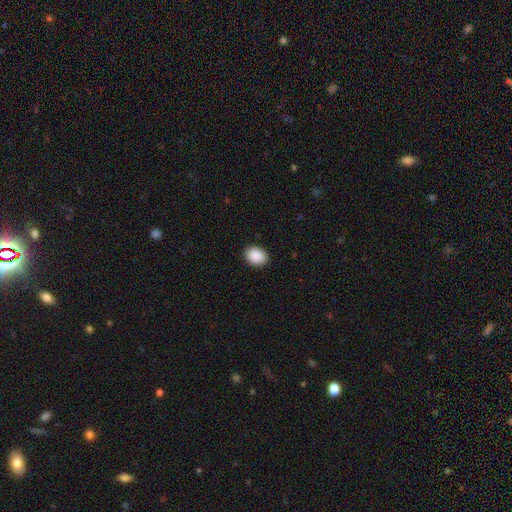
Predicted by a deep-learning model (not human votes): A smooth galaxy with no disk features (91%) that is in between round and cigar-shaped (70%).

Vote fractions:
- Smooth or featured? smooth: 91% / star or artifact: 7% / featured or disk: 3%
- How rounded? in between: 70% / round: 29% / cigar-shaped: 1%
- Merging? none: 89% / minor disturbance: 9% / major disturbance: 2% / merger: 1%